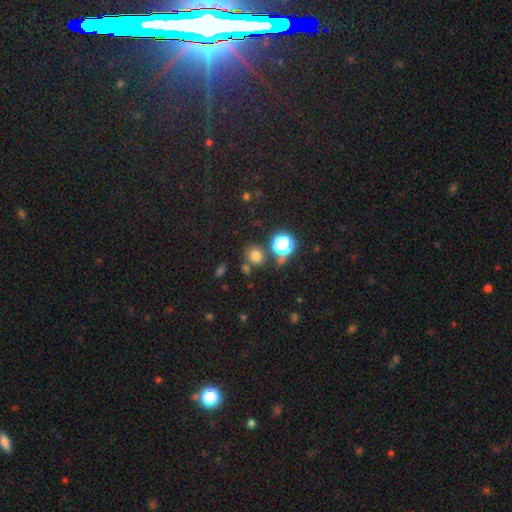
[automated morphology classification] type=smooth (72%); roundness=round (73%); merging=none (73%).